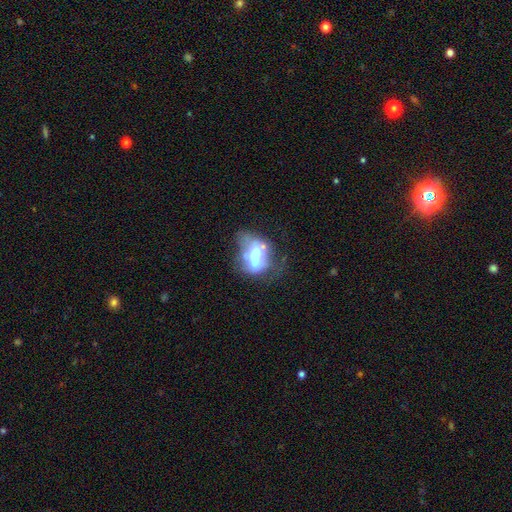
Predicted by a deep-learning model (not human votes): Morphology: type=smooth (47%); merging=major disturbance (29%).